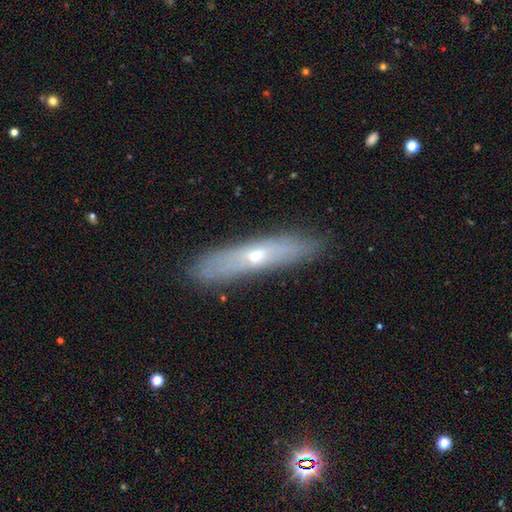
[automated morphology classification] This appears to be a featured or disk galaxy (50%) viewed edge-on (72%). Merging: none (87%).